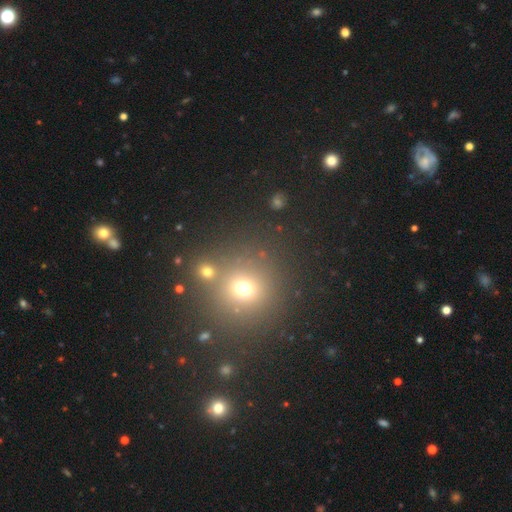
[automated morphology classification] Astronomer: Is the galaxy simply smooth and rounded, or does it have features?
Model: smooth — 54% (runner-up: star or artifact, 37%).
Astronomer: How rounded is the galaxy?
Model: round — 91%.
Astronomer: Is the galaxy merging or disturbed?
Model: none — 82%.